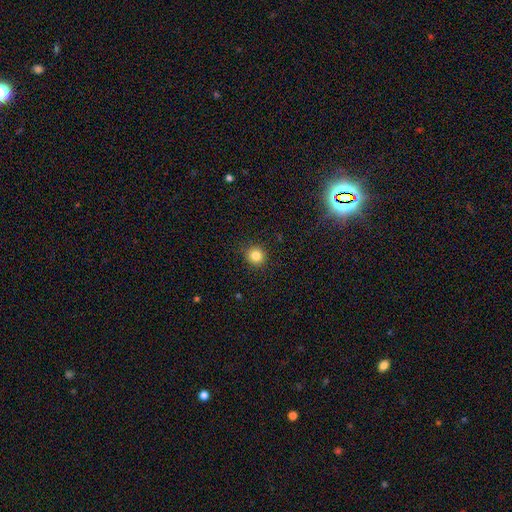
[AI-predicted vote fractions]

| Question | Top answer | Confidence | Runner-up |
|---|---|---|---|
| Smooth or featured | smooth | 83% | star or artifact (12%) |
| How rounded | round | 93% | in between (6%) |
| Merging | none | 90% | minor disturbance (6%) |